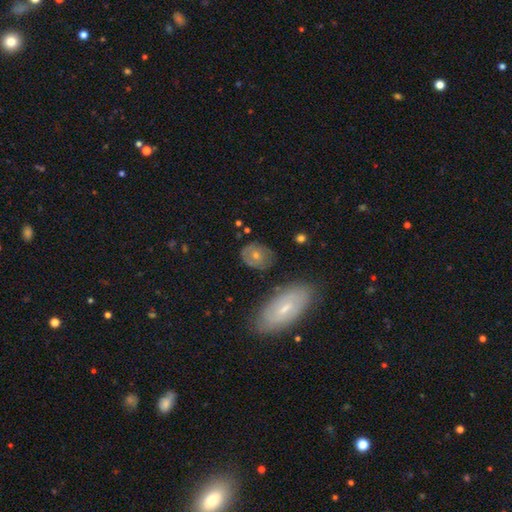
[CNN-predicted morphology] type=smooth (53%); roundness=round (51%); merging=none (68%).